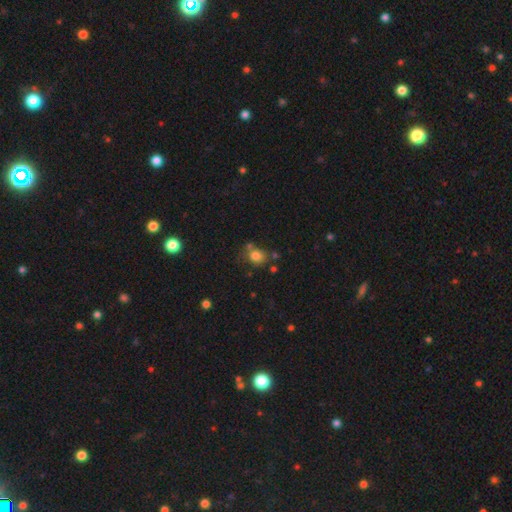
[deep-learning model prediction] A smooth galaxy with no disk features (78%) that is round (70%).

Vote fractions:
- Smooth or featured? smooth: 78% / star or artifact: 13% / featured or disk: 9%
- How rounded? round: 70% / in between: 29% / cigar-shaped: 1%
- Merging? none: 60% / minor disturbance: 18% / merger: 15% / major disturbance: 7%